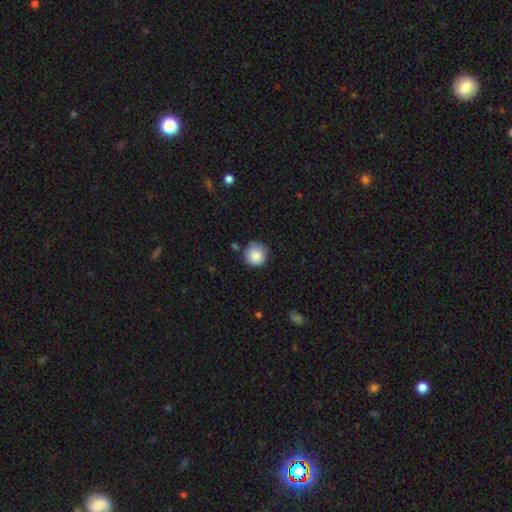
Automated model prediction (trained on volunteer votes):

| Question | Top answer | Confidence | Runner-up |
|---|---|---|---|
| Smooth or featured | smooth | 87% | star or artifact (8%) |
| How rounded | round | 93% | in between (6%) |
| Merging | none | 77% | minor disturbance (16%) |